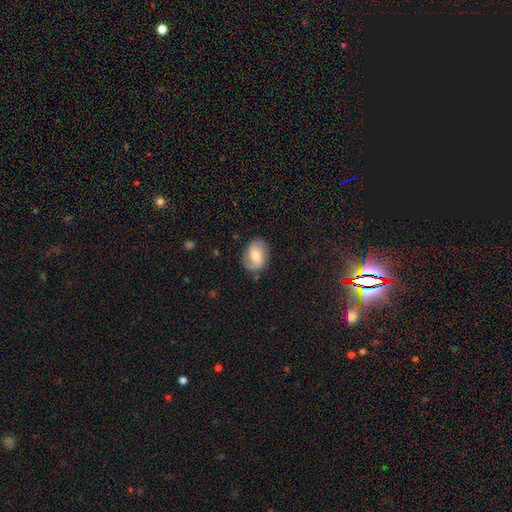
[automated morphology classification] A featured or disk galaxy (49%).

Vote fractions:
- Smooth or featured? featured or disk: 49% / smooth: 43% / star or artifact: 7%
- Merging? none: 74% / minor disturbance: 18% / major disturbance: 6% / merger: 2%